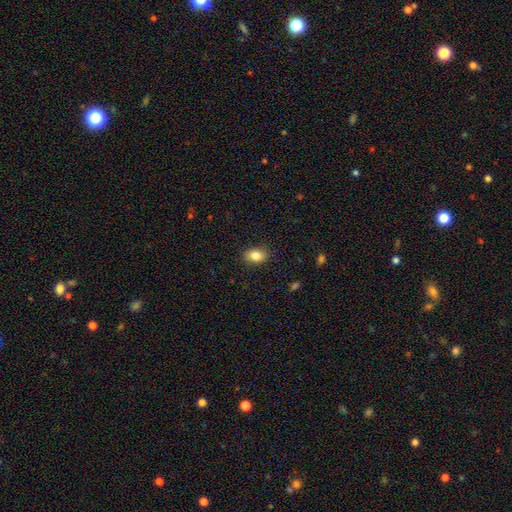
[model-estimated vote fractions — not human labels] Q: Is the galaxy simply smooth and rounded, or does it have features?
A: smooth — 84%.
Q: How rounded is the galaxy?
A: in between — 79%.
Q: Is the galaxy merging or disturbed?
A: none — 87%.